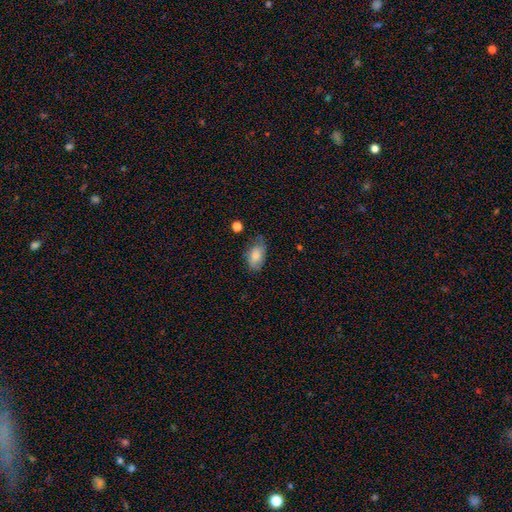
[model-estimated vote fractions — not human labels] A smooth galaxy with no disk features (80%) that is in between round and cigar-shaped (92%).

Vote fractions:
- Smooth or featured? smooth: 80% / featured or disk: 12% / star or artifact: 7%
- How rounded? in between: 92% / round: 6% / cigar-shaped: 2%
- Merging? none: 59% / minor disturbance: 31% / major disturbance: 8% / merger: 2%